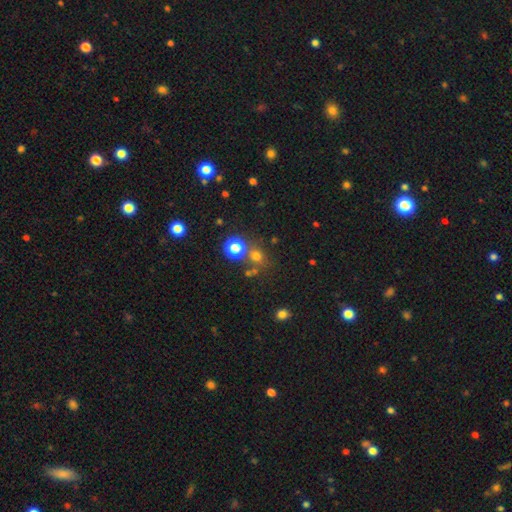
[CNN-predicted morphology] Smooth or featured: smooth — 67% (star or artifact — 24%)
How rounded: round — 82% (in between — 17%)
Merging: none — 66% (merger — 20%)